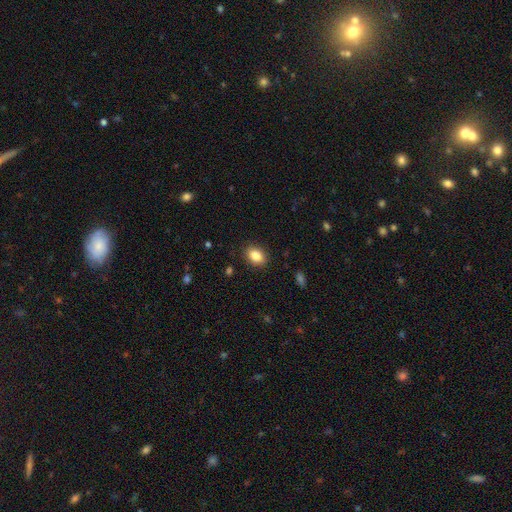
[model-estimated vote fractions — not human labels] smooth-or-featured: smooth: 86% | star or artifact: 8% | featured or disk: 6%
  how-rounded: in between: 74% | round: 25% | cigar-shaped: 1%
  merging: none: 88% | minor disturbance: 9% | major disturbance: 2% | merger: 1%